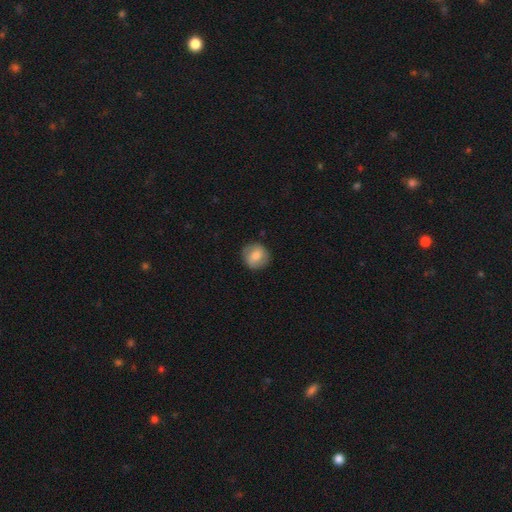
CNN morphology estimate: This appears to be a smooth galaxy with no disk features (69%) that is round (86%). Merging: none (86%).